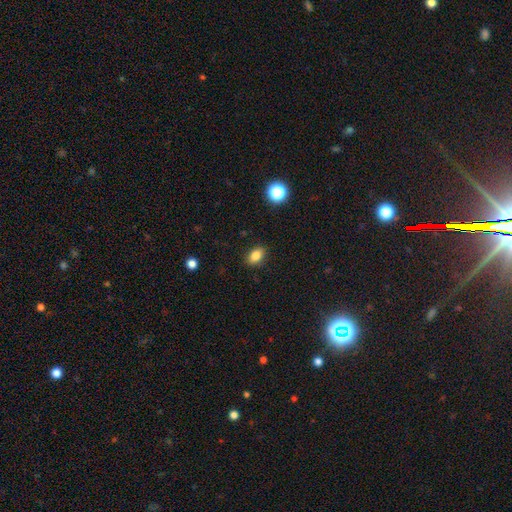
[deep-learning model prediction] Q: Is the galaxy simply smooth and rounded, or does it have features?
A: smooth — 83%.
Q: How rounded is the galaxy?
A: in between — 81%.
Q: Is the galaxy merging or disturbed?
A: none — 88%.